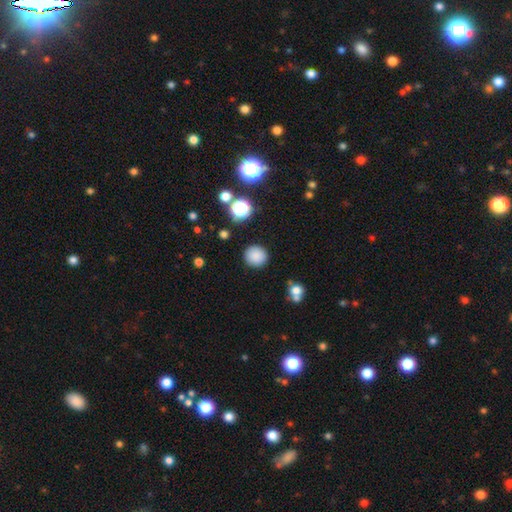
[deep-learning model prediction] Smooth or featured: smooth — 84% (star or artifact — 12%)
How rounded: round — 93% (in between — 6%)
Merging: none — 89% (minor disturbance — 7%)